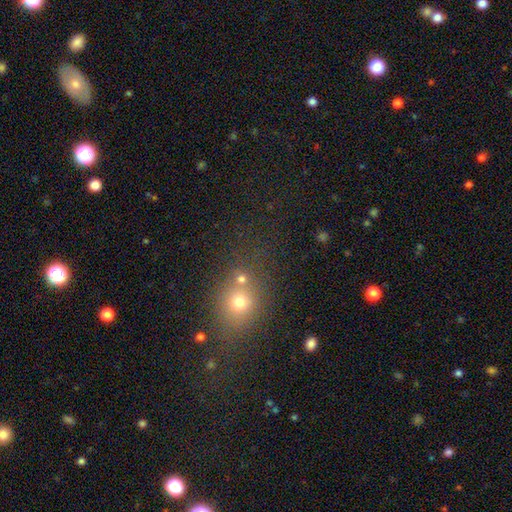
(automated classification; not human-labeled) This appears to be a smooth galaxy with no disk features (51%) that is round (65%). Merging: none (61%).